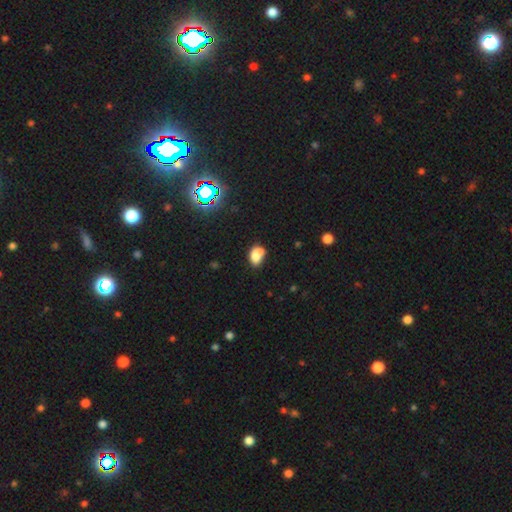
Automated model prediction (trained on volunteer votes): This is likely a smooth galaxy (74%). How rounded: likely in between (74%). Merging: marginally merger (39%).